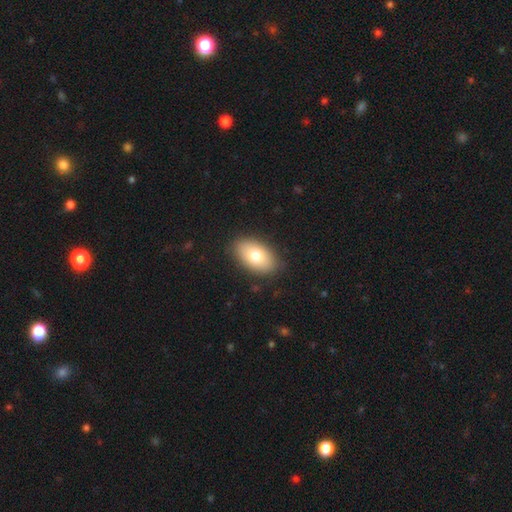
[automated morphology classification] Overall: smooth (76%). How rounded: in between (92%). Merging: none (85%).